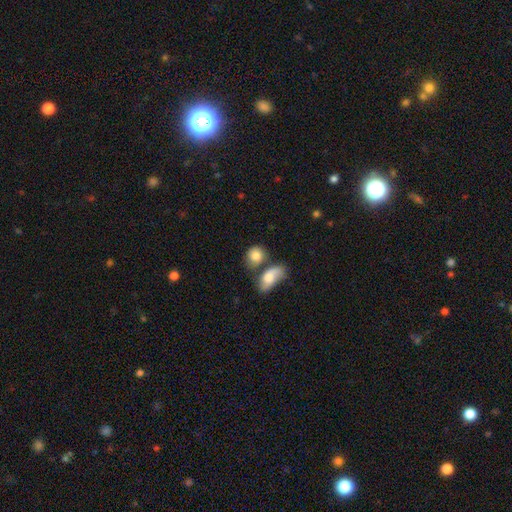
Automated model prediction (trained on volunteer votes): smooth 80%, featured or disk 12%, star or artifact 8%. Down the decision tree: how rounded — round (59%); merging — none (45%).